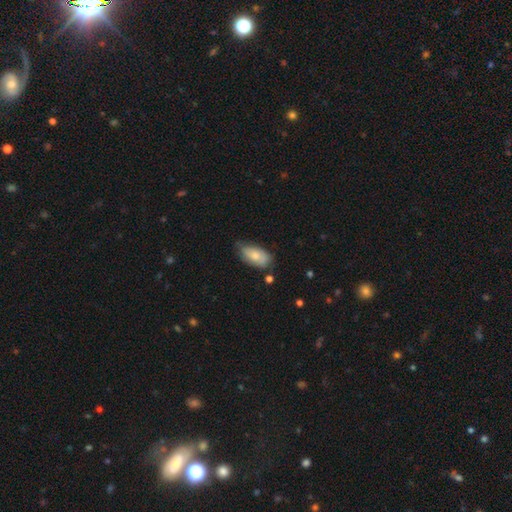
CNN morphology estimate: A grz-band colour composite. It shows a smooth galaxy with no disk features (73%) that is in between round and cigar-shaped (93%). Merging: none (55%).